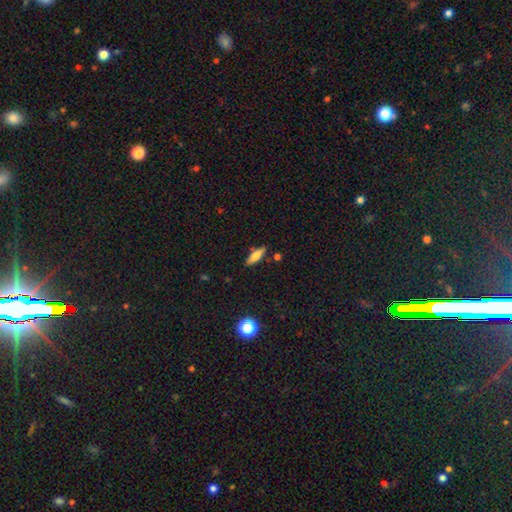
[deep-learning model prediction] Morphology: type=smooth (56%); roundness=cigar-shaped (55%); merging=none (83%).